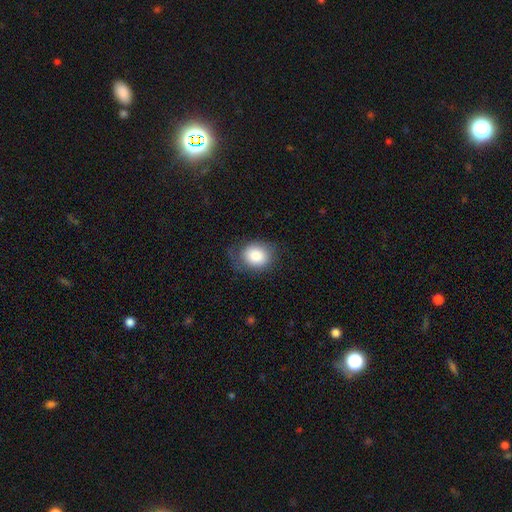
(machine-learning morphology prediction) Smooth or featured: smooth — 80% (featured or disk — 12%)
How rounded: round — 59% (in between — 40%)
Merging: none — 65% (minor disturbance — 24%)